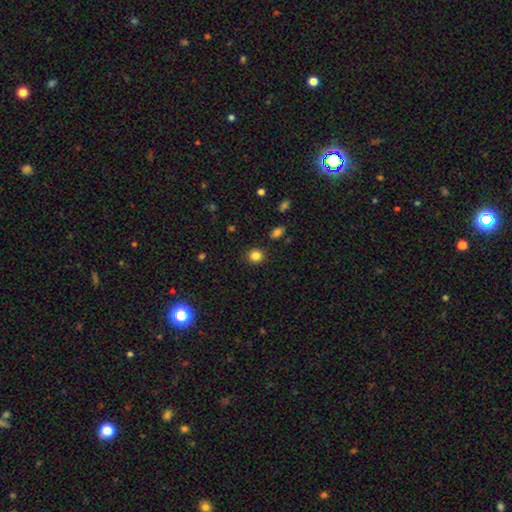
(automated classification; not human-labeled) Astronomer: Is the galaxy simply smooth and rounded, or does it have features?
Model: smooth — 84%.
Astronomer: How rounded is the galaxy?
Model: round — 86%.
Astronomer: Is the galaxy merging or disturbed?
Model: none — 89%.